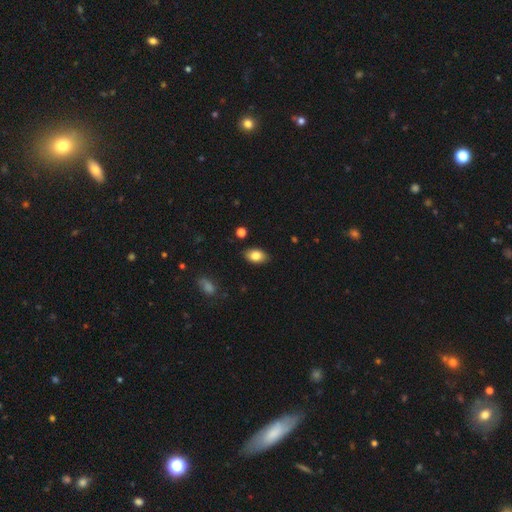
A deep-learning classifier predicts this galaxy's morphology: Smooth or featured? smooth (82%)
How rounded? in between (89%)
Merging? none (86%)